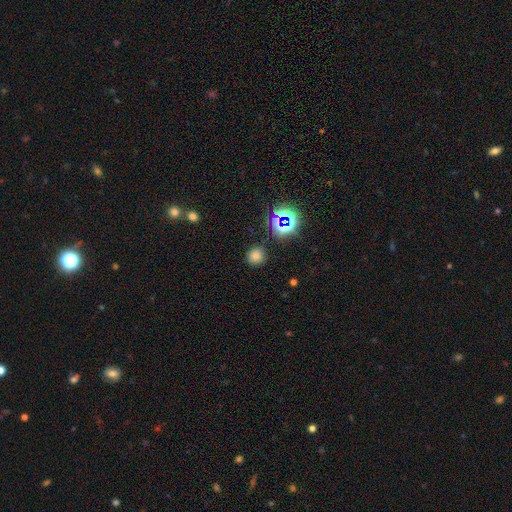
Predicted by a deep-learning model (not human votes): Morphology: type=smooth (70%); roundness=round (89%); merging=none (86%).